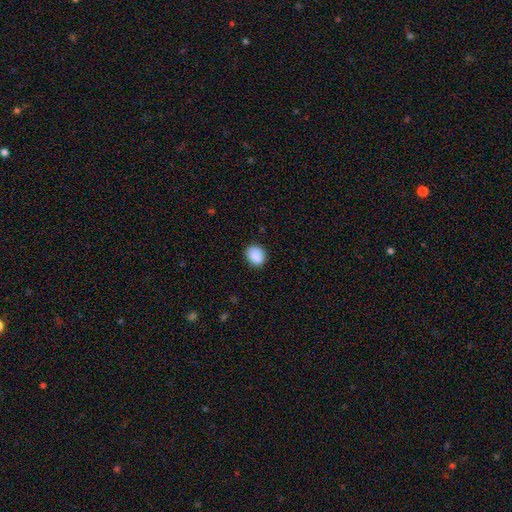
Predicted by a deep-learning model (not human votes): smooth_or_featured: smooth (p=0.89) [alt: star or artifact p=0.08]
how_rounded: round (p=0.61) [alt: in between p=0.38]
merging: none (p=0.85) [alt: minor disturbance p=0.12]